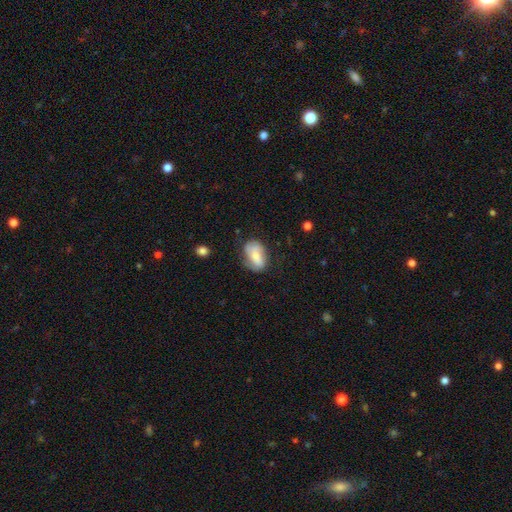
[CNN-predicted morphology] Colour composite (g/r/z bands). It shows a smooth galaxy with no disk features (58%) that is in between round and cigar-shaped (85%). Merging: none (60%).